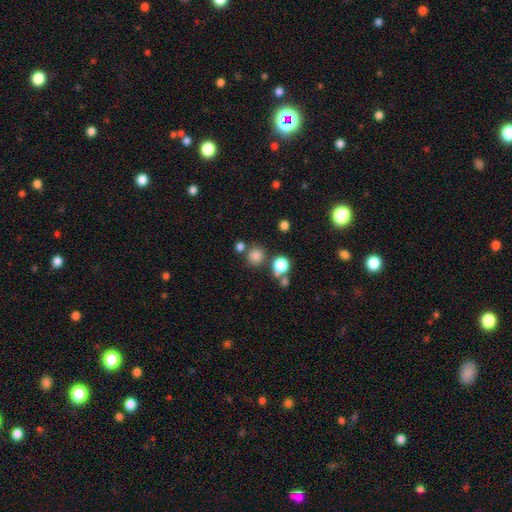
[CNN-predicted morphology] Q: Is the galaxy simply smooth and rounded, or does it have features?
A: smooth — 79%.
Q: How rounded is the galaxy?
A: round — 92%.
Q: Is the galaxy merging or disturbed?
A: none — 73%.